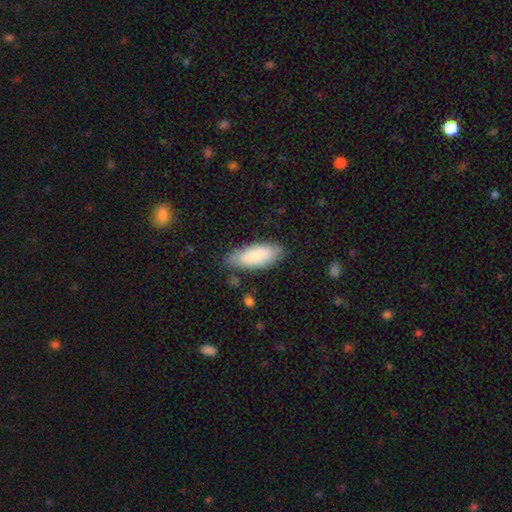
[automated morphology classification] Smooth or featured? Predicted: smooth (p=0.79). How rounded? Predicted: in between (p=0.79). Merging? Predicted: none (p=0.77).